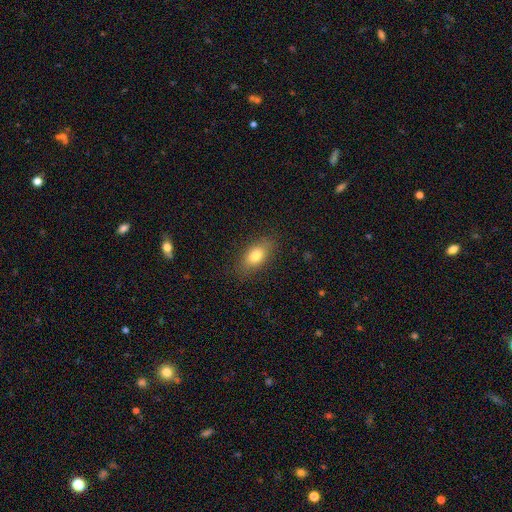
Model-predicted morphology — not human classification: smooth_or_featured: smooth (p=0.78) [alt: featured or disk p=0.13]
how_rounded: in between (p=0.85) [alt: round p=0.08]
merging: none (p=0.84) [alt: minor disturbance p=0.11]